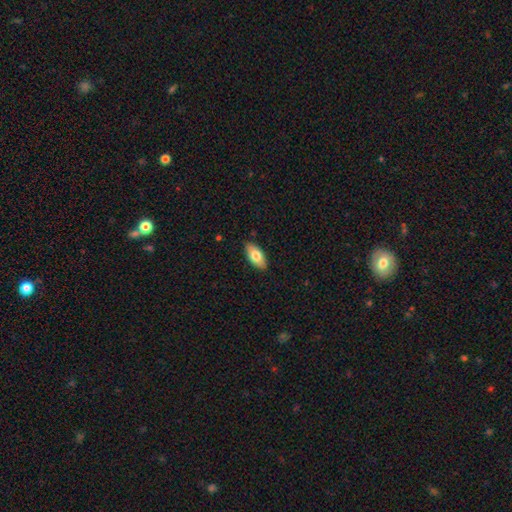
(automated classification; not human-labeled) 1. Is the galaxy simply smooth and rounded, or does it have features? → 77% smooth, 17% featured or disk, 6% star or artifact.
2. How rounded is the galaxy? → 90% in between, 8% cigar-shaped, 2% round.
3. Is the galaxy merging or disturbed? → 88% none, 9% minor disturbance, 2% major disturbance, 1% merger.